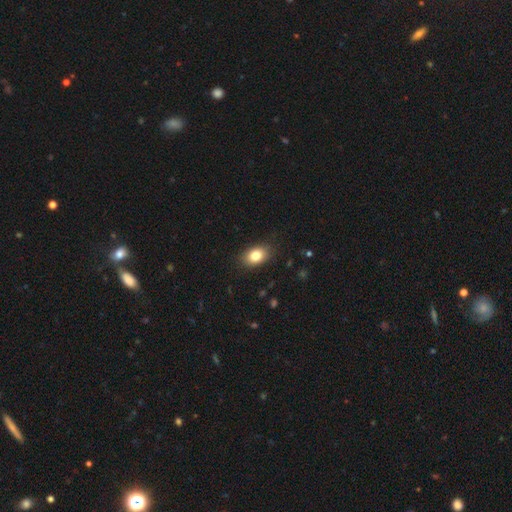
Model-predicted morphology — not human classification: type=smooth (82%); roundness=in between (79%); merging=none (86%).